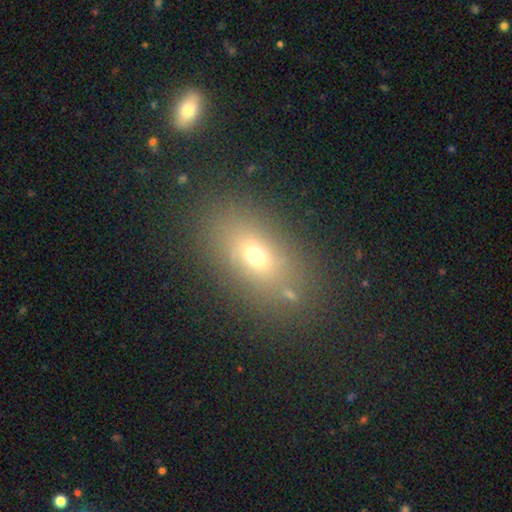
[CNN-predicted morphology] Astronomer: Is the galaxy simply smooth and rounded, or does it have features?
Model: smooth — 64%.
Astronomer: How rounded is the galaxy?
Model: in between — 78%.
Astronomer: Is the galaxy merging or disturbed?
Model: none — 78%.